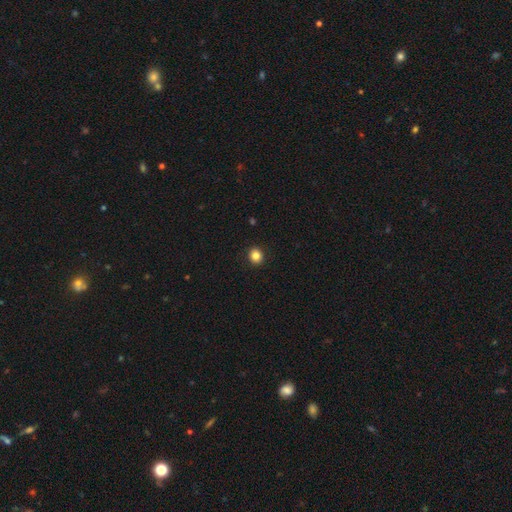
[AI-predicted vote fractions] Morphology: type=smooth (85%); roundness=round (82%); merging=none (92%).